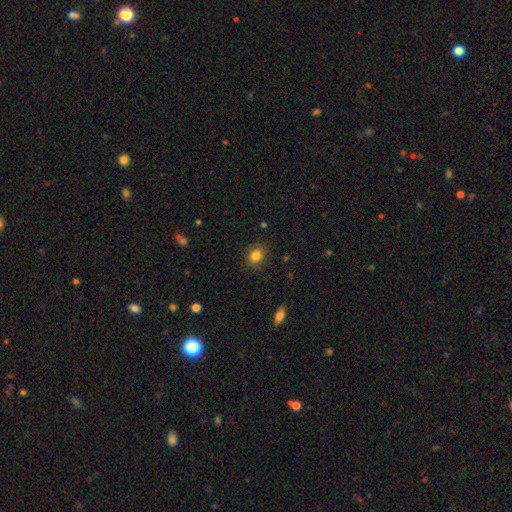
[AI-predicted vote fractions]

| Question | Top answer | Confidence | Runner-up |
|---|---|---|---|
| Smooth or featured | smooth | 83% | star or artifact (11%) |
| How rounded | round | 65% | in between (34%) |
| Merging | none | 87% | minor disturbance (10%) |